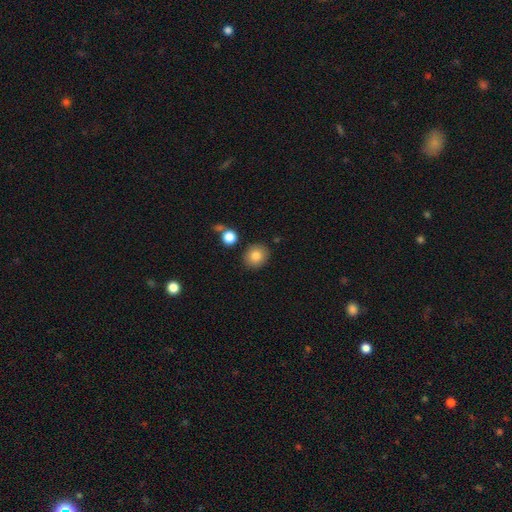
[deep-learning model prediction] smooth-or-featured: smooth: 82% | star or artifact: 9% | featured or disk: 8%
  how-rounded: round: 75% | in between: 24% | cigar-shaped: 1%
  merging: none: 85% | minor disturbance: 9% | merger: 4% | major disturbance: 2%